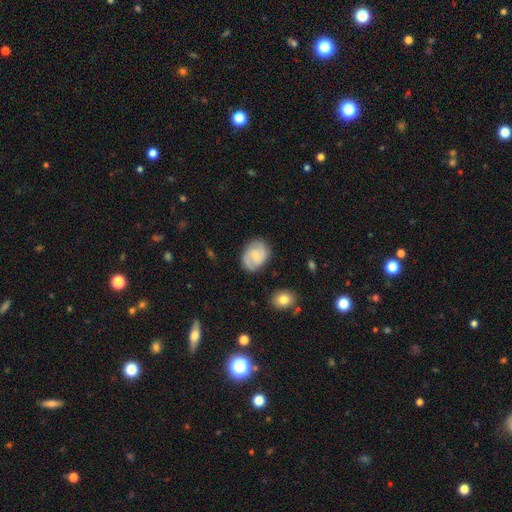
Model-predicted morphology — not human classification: featured or disk 74%, smooth 20%, star or artifact 6%. Down the decision tree: edge-on disk — no (98%); bar — no (57%); spiral arms — yes (95%); spiral arm count — 2 (78%); spiral winding — tight (45%); bulge size — small (63%); merging — none (81%).